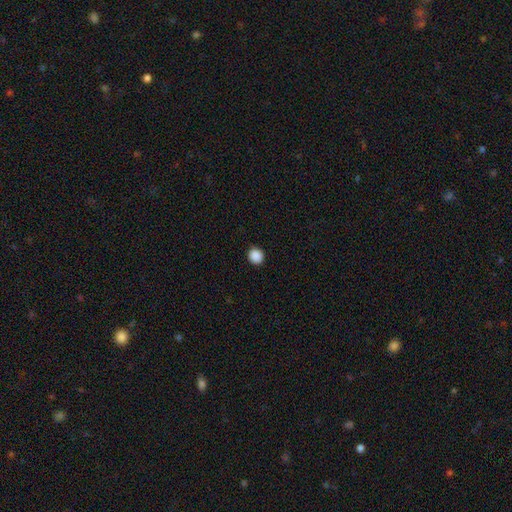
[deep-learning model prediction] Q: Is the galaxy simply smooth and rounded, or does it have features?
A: smooth — 89%.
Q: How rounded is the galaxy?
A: round — 84%.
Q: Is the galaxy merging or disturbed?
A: none — 92%.